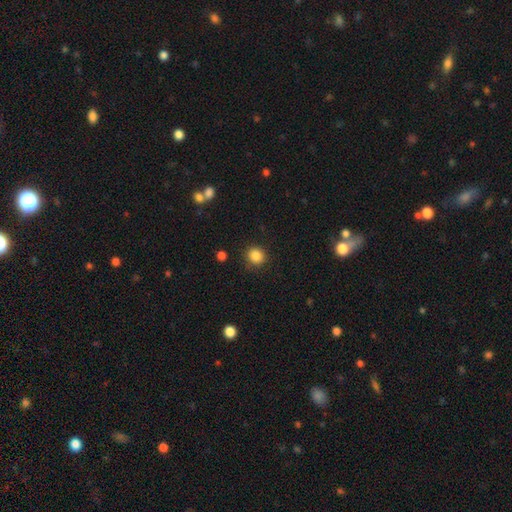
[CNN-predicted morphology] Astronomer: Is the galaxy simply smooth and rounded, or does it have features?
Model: smooth — 86%.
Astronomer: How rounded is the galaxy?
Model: round — 87%.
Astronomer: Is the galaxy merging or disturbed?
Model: none — 88%.